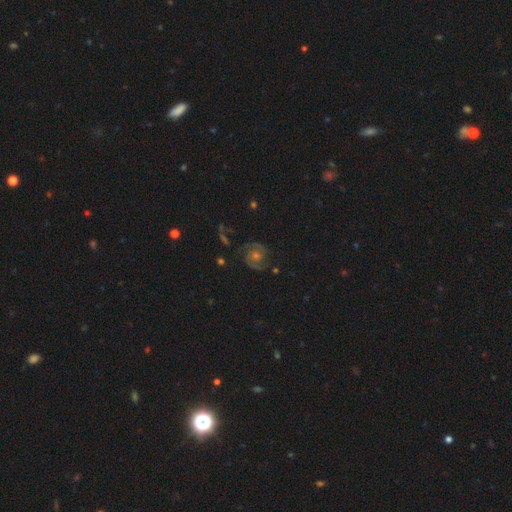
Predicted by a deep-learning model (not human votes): smooth-or-featured: featured or disk: 80% | star or artifact: 12% | smooth: 8%
  disk-edge-on: no: 98% | yes: 2%
    bar: no: 71% | weak: 23% | strong: 5%
    has-spiral-arms: yes: 97% | no: 3%
      spiral-winding: tight: 47% | medium: 43% | loose: 10%
      spiral-arm-count: 2: 79% | can't tell: 7% | 3: 7% | 1: 3% | 4: 2% | more than 4: 2%
    bulge-size: moderate: 56% | small: 37% | large: 4% | none: 2% | dominant: 1%
  merging: none: 78% | minor disturbance: 13% | major disturbance: 6% | merger: 2%